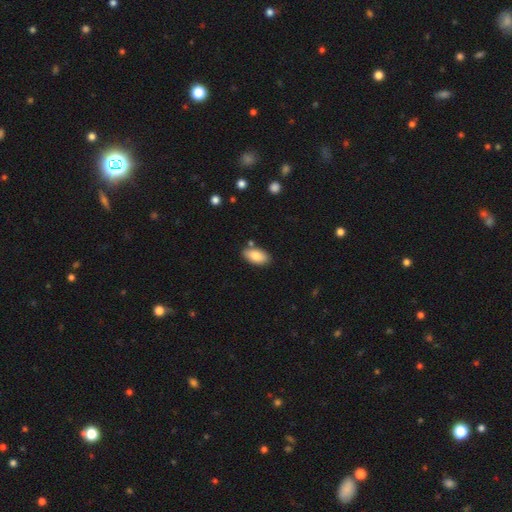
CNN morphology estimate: smooth-or-featured: smooth: 84% | featured or disk: 10% | star or artifact: 7%
  how-rounded: in between: 93% | cigar-shaped: 4% | round: 3%
  merging: none: 81% | minor disturbance: 12% | merger: 5% | major disturbance: 2%